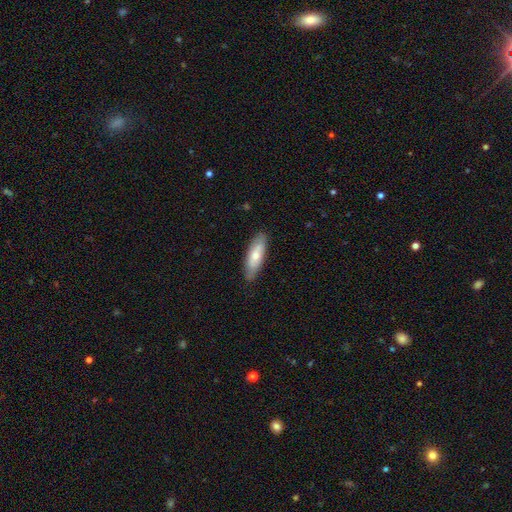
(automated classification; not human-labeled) A smooth galaxy with no disk features (63%) that is in between round and cigar-shaped (56%).

Vote fractions:
- Smooth or featured? smooth: 63% / featured or disk: 32% / star or artifact: 5%
- How rounded? in between: 56% / cigar-shaped: 42% / round: 2%
- Merging? none: 83% / minor disturbance: 14% / major disturbance: 2% / merger: 1%